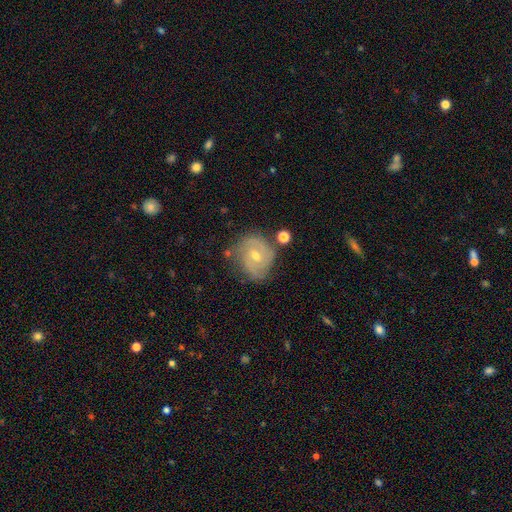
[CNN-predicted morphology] This is likely a featured or disk galaxy (76%). It is clearly not viewed edge-on (97%). Bar: possibly no (59%). Spiral arm pattern: clearly yes (90%). Spiral arm count: possibly 2 (56%). Spiral winding: possibly tight (57%). Central bulge: possibly moderate (50%). Merging: likely none (70%).